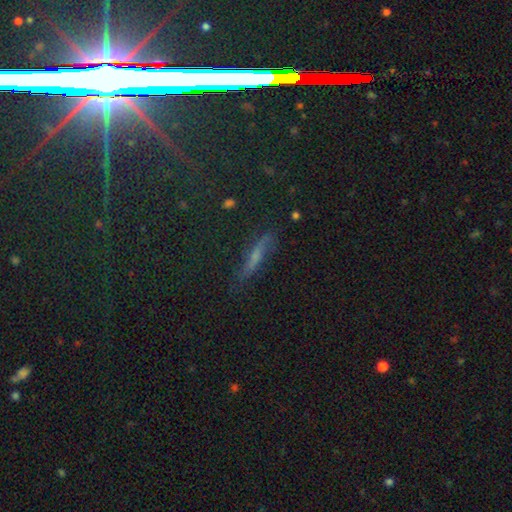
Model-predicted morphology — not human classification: Smooth or featured? featured or disk (40%)
Merging? none (76%)